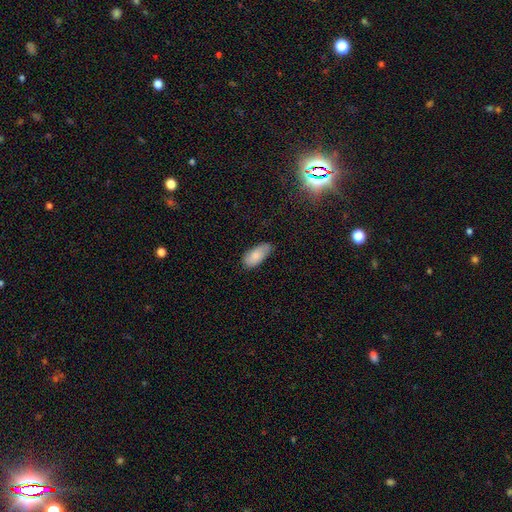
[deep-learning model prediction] smooth_or_featured: smooth (p=0.79) [alt: featured or disk p=0.15]
how_rounded: in between (p=0.92) [alt: cigar-shaped p=0.06]
merging: none (p=0.70) [alt: minor disturbance p=0.25]